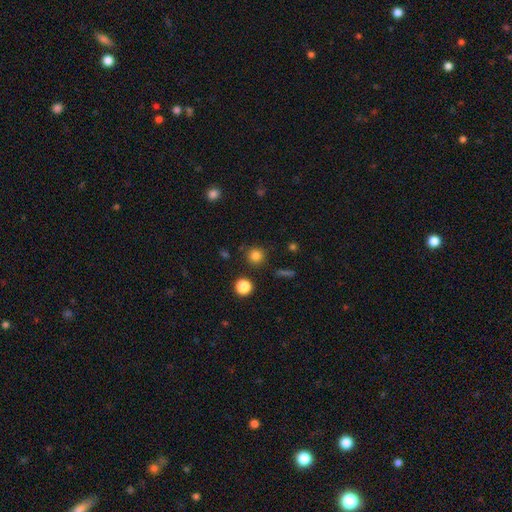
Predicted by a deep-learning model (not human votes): smooth 81%, star or artifact 14%, featured or disk 5%. Down the decision tree: how rounded — round (93%); merging — none (86%).